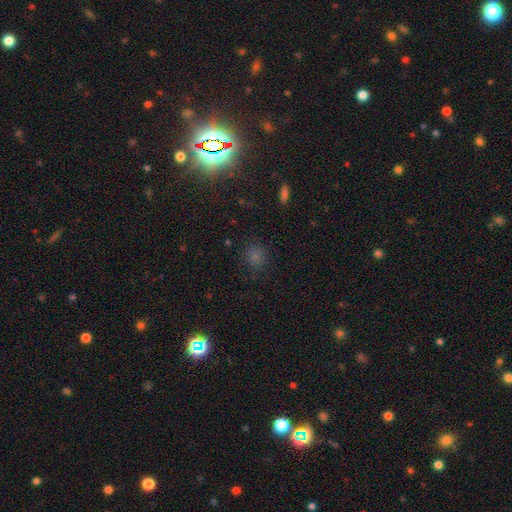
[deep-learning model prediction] Overall: smooth (52%; star or artifact 40%). How rounded: round (83%). Merging: none (85%).